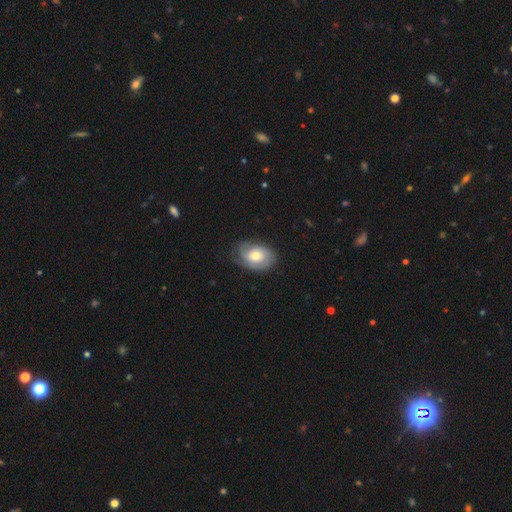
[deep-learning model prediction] The model was most divided on "smooth or featured": featured or disk: 54%, smooth: 39%, star or artifact: 6%. More confident: edge-on disk — no (96%); spiral arms — yes (82%); bar — no (78%); merging — none (68%); bulge size — moderate (63%).